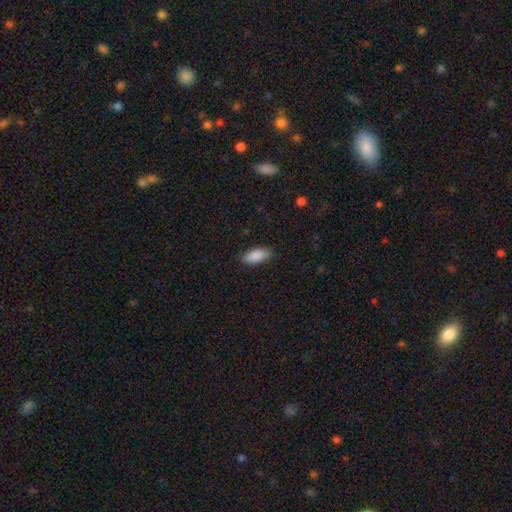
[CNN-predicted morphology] This is clearly a smooth galaxy (89%). How rounded: clearly in between (88%). Merging: clearly none (86%).